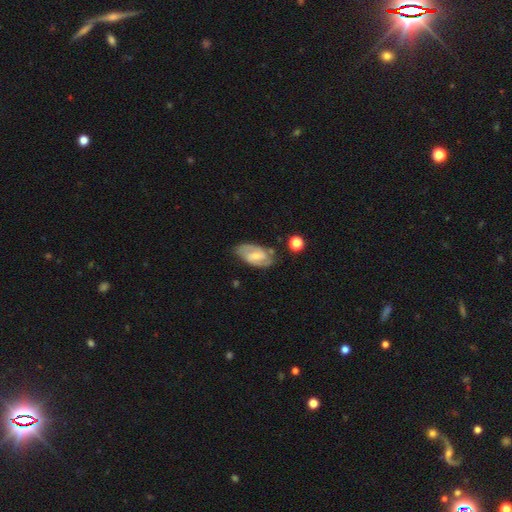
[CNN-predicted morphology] Smooth or featured? Predicted: featured or disk (p=0.76). Edge-on disk? Predicted: no (p=0.96). Bar? Predicted: weak (p=0.51). Spiral arms? Predicted: yes (p=0.93). Spiral winding? Predicted: medium (p=0.48). Spiral arm count? Predicted: 2 (p=0.85). Bulge size? Predicted: small (p=0.55). Merging? Predicted: none (p=0.74).